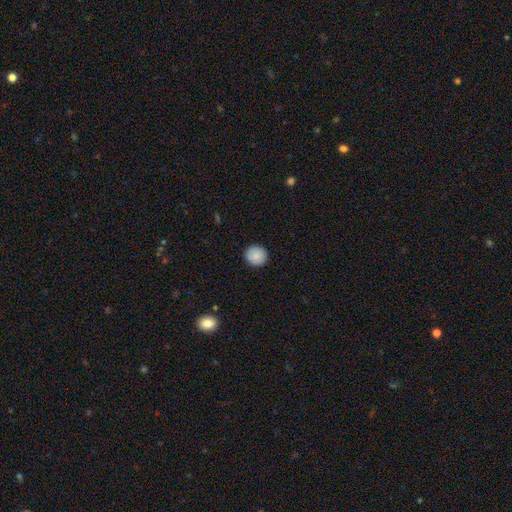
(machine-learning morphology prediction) Smooth or featured: smooth — 86% (star or artifact — 7%)
How rounded: round — 93% (in between — 6%)
Merging: none — 91% (minor disturbance — 6%)